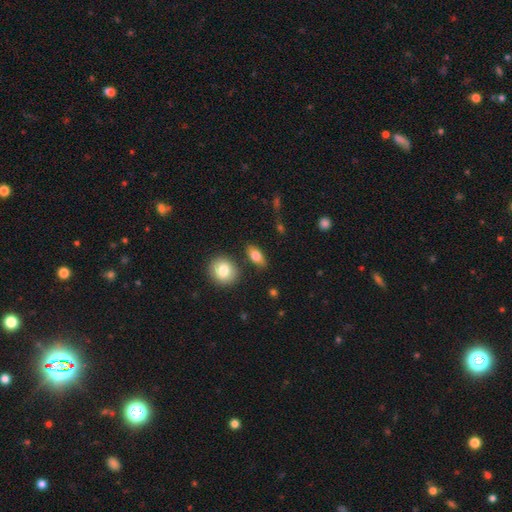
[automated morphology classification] Smooth or featured?
  - smooth: 77% *
  - featured or disk: 16%
  - star or artifact: 7%
How rounded?
  - in between: 82% *
  - round: 9%
  - cigar-shaped: 9%
Merging?
  - none: 80% *
  - minor disturbance: 11%
  - merger: 5%
  - major disturbance: 3%